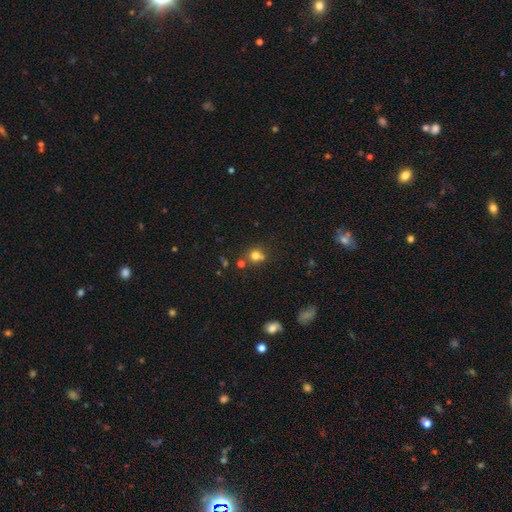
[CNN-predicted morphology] The model was most divided on "merging": none: 58%, merger: 26%, minor disturbance: 11%, major disturbance: 4%. More confident: how rounded — round (83%); smooth or featured — smooth (74%).